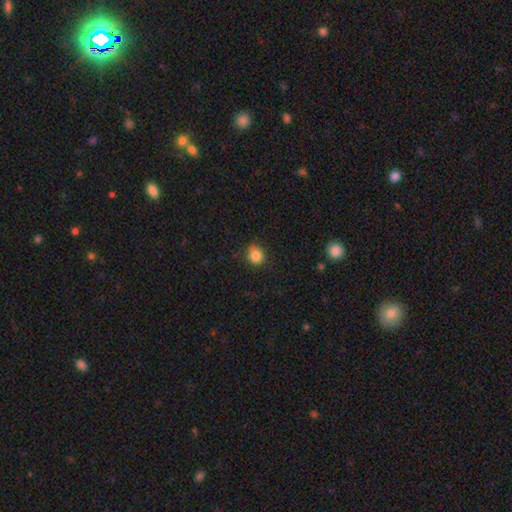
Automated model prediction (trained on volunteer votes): This appears to be a smooth galaxy with no disk features (85%) that is round (80%). Merging: none (81%).